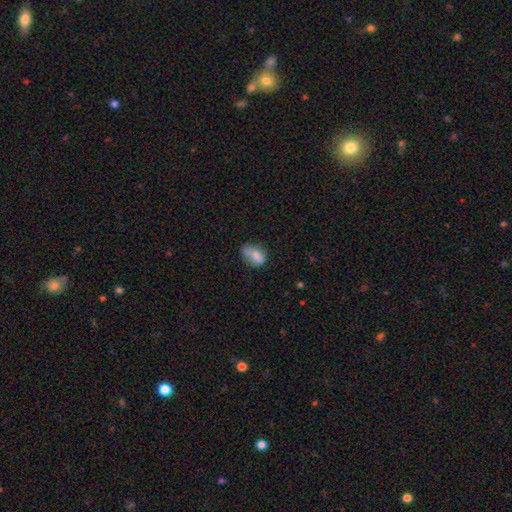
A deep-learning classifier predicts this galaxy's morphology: type=smooth (71%); roundness=in between (79%); merging=none (50%).